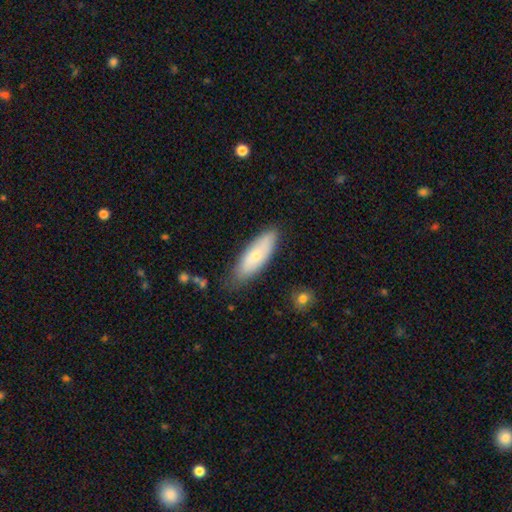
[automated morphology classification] A smooth galaxy with no disk features (66%) that is in between round and cigar-shaped (56%).

Vote fractions:
- Smooth or featured? smooth: 66% / featured or disk: 27% / star or artifact: 6%
- How rounded? in between: 56% / cigar-shaped: 42% / round: 2%
- Merging? none: 76% / minor disturbance: 19% / major disturbance: 4% / merger: 2%